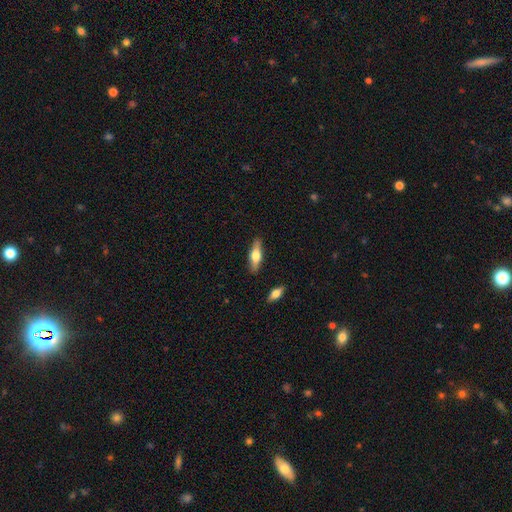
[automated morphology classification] type=smooth (48%); merging=none (87%).